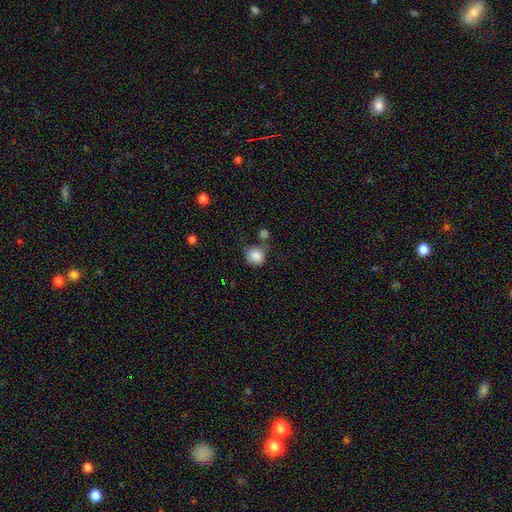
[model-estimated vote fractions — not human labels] This is clearly a smooth galaxy (86%). How rounded: clearly round (81%). Merging: possibly none (55%).